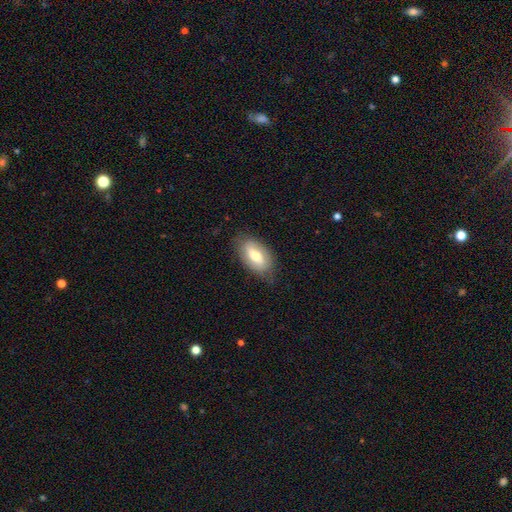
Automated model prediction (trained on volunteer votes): This is possibly a smooth galaxy (58%). How rounded: clearly in between (92%). Merging: likely none (76%).